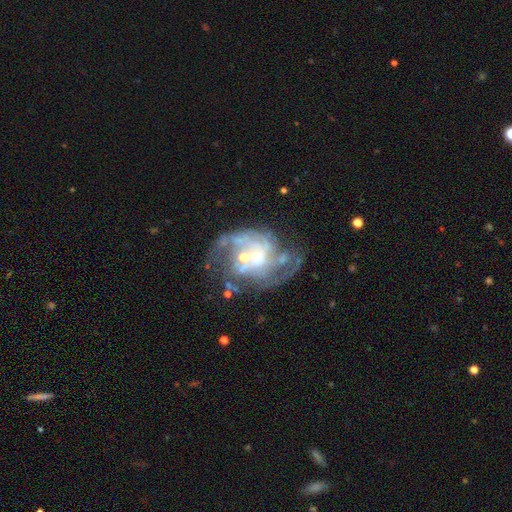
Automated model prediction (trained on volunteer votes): Smooth or featured: featured or disk — 82% (smooth — 9%)
Edge-on disk: no — 98% (yes — 2%)
Bar: no — 72% (weak — 22%)
Spiral arms: yes — 86% (no — 14%)
Spiral winding: medium — 42% (tight — 33%)
Spiral arm count: 2 — 29% (tied with can't tell — 29%)
Bulge size: small — 44% (moderate — 34%)
Merging: none — 46% (major disturbance — 26%)